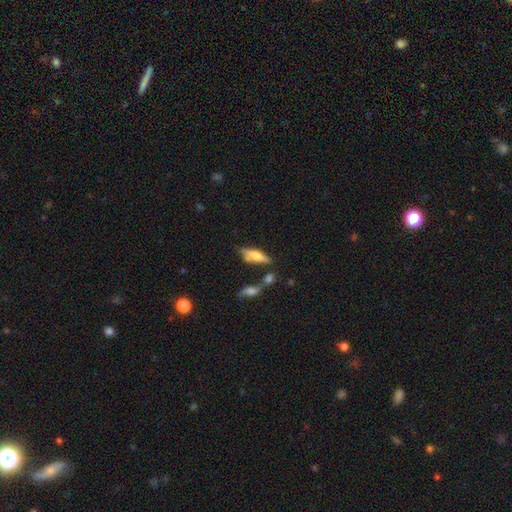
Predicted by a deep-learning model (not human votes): Smooth or featured?
  - smooth: 55% *
  - featured or disk: 37%
  - star or artifact: 7%
How rounded?
  - cigar-shaped: 50% *
  - in between: 48%
  - round: 2%
Merging?
  - none: 54% *
  - merger: 20%
  - minor disturbance: 19%
  - major disturbance: 7%